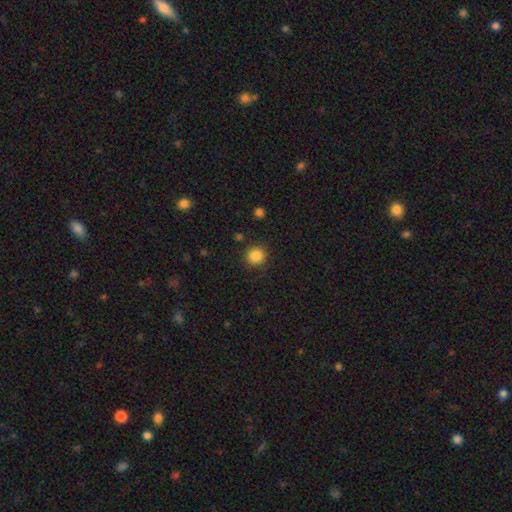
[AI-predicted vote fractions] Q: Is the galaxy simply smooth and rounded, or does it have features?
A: smooth — 86%.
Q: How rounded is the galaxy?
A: round — 92%.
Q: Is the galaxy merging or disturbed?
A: none — 89%.